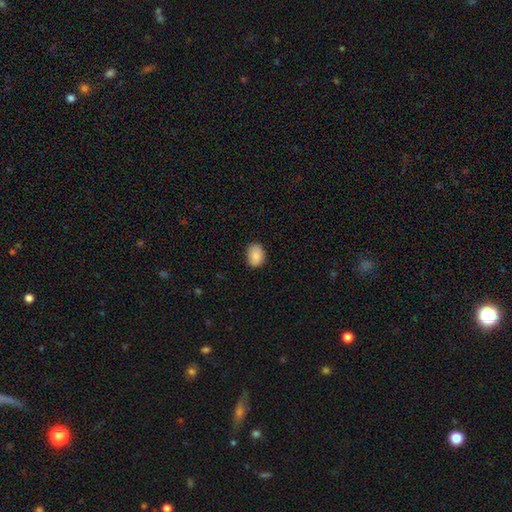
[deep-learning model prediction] Smooth or featured? smooth (87%)
How rounded? in between (69%)
Merging? none (81%)